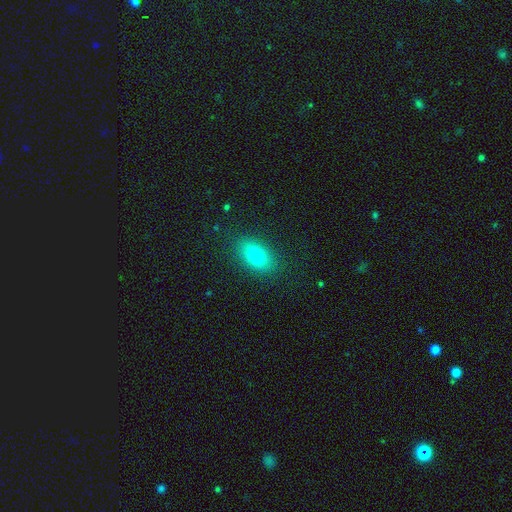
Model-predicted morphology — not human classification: Q: Smooth or featured?
A: smooth (77%); runner-up: featured or disk (14%)
Q: How rounded?
A: in between (86%); runner-up: round (9%)
Q: Merging?
A: none (86%); runner-up: minor disturbance (10%)